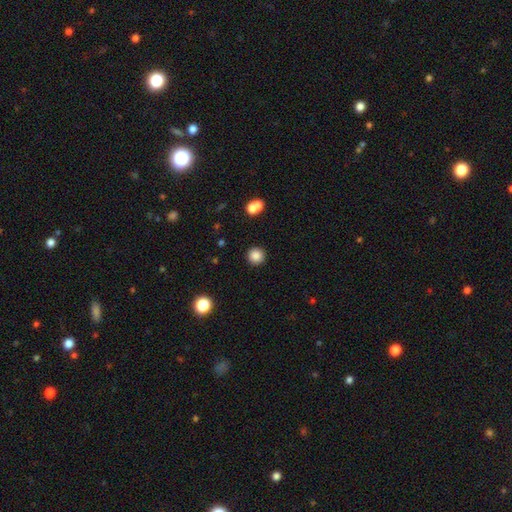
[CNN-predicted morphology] smooth-or-featured: smooth: 85% | star or artifact: 10% | featured or disk: 4%
  how-rounded: round: 94% | in between: 5% | cigar-shaped: 1%
  merging: none: 91% | minor disturbance: 5% | merger: 2% | major disturbance: 2%